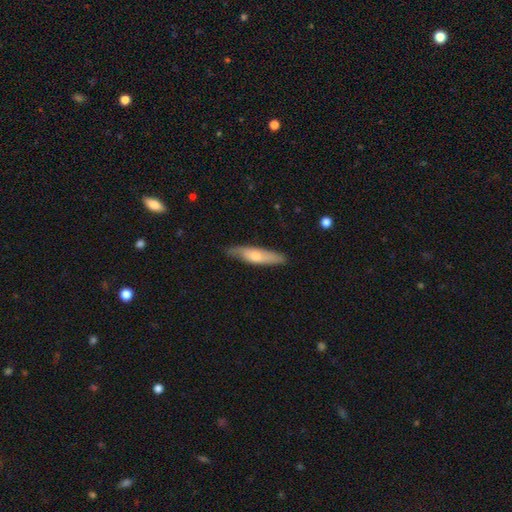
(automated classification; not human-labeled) Overall: smooth (55%; featured or disk 40%). How rounded: cigar-shaped (74%). Merging: none (80%).